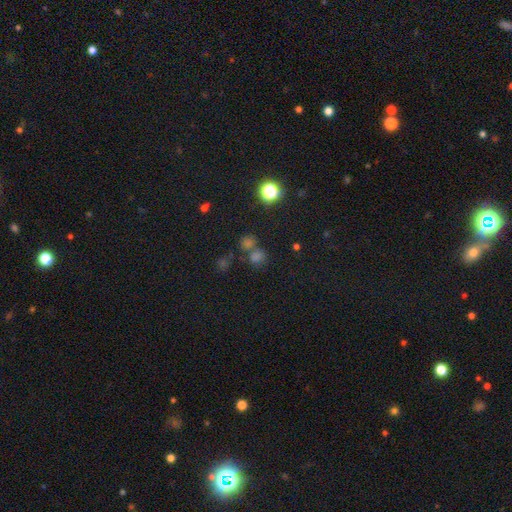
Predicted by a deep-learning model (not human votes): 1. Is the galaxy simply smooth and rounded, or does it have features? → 49% smooth, 43% star or artifact, 9% featured or disk.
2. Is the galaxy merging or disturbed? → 58% none, 30% merger, 8% minor disturbance, 4% major disturbance.